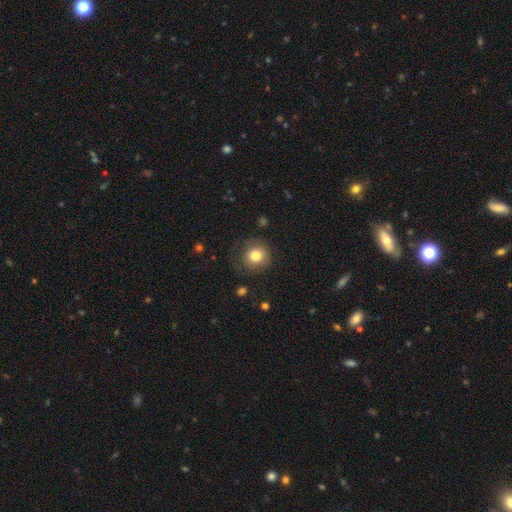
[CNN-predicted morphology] type=smooth (80%); roundness=round (92%); merging=none (80%).